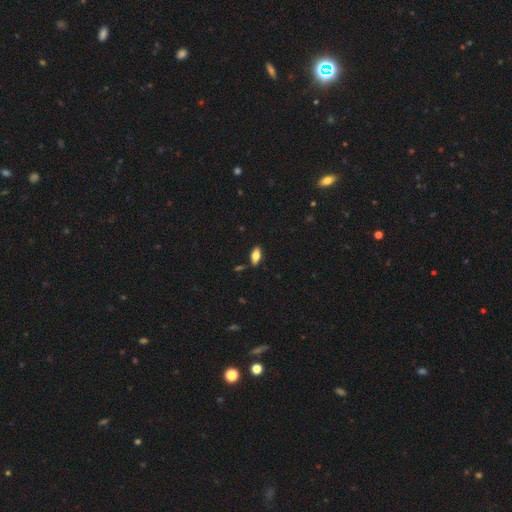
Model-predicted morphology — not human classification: Overall: smooth (69%). How rounded: in between (86%). Merging: none (84%).